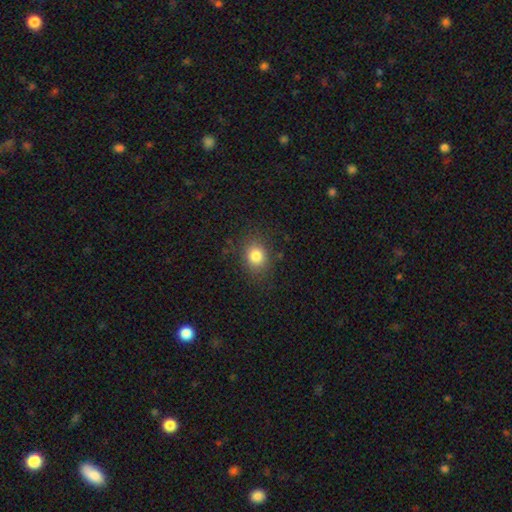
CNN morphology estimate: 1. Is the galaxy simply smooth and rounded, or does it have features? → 82% smooth, 12% star or artifact, 6% featured or disk.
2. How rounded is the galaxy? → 64% round, 35% in between, 1% cigar-shaped.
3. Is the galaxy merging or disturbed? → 84% none, 11% minor disturbance, 4% major disturbance, 1% merger.